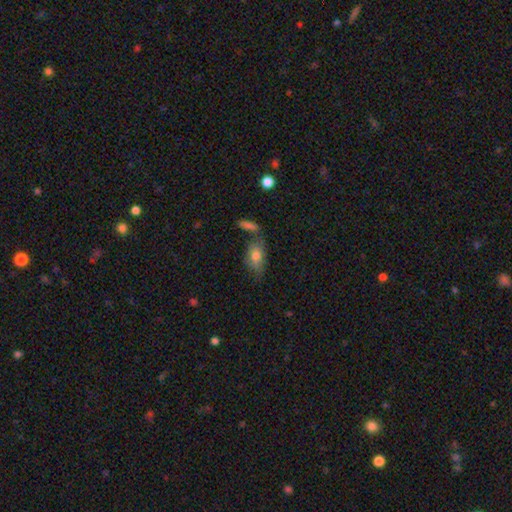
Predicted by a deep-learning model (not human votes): Q: Smooth or featured?
A: smooth (73%); runner-up: featured or disk (19%)
Q: How rounded?
A: in between (85%); runner-up: cigar-shaped (8%)
Q: Merging?
A: none (53%); runner-up: minor disturbance (23%)